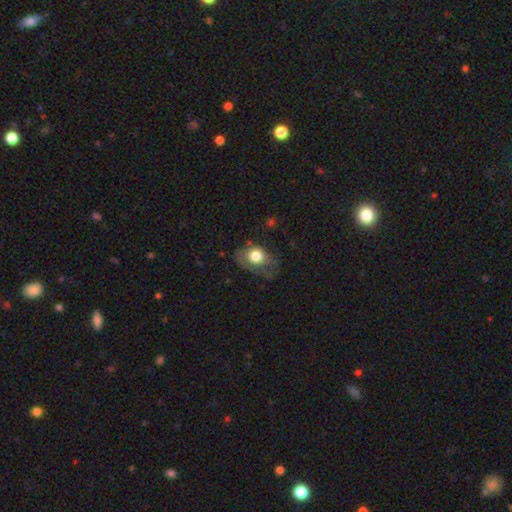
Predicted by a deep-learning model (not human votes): smooth_or_featured: smooth (p=0.66) [alt: featured or disk p=0.25]
how_rounded: in between (p=0.63) [alt: round p=0.36]
merging: none (p=0.42) [alt: minor disturbance p=0.31]